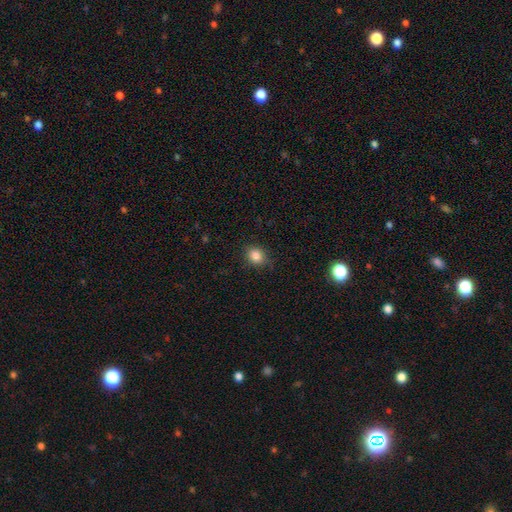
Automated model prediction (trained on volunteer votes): Smooth or featured: smooth — 85% (star or artifact — 11%)
How rounded: round — 67% (in between — 32%)
Merging: none — 83% (minor disturbance — 13%)